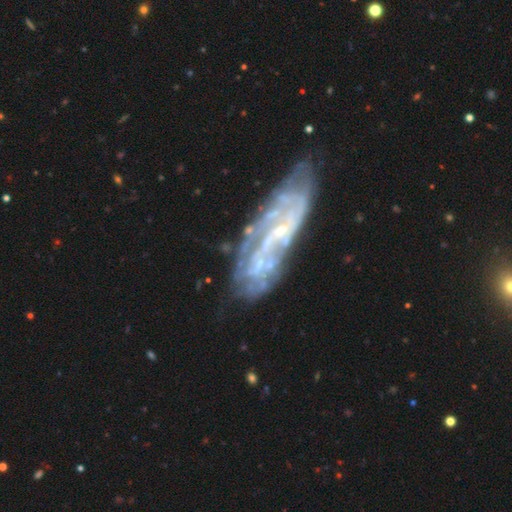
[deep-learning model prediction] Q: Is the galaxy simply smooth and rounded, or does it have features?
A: featured or disk — 78%.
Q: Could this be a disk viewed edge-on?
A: no — 82%.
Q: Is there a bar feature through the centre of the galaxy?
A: no — 40%.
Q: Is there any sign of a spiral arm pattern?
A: yes — 83%.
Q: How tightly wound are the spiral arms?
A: tight — 49%.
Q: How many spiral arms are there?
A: can't tell — 41%.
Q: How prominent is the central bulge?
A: small — 66%.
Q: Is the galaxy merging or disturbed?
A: none — 71%.